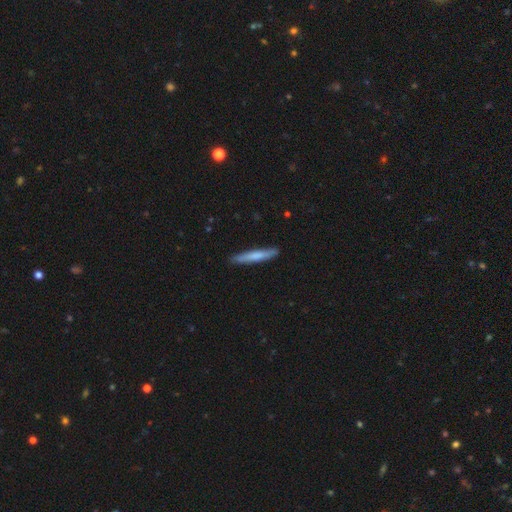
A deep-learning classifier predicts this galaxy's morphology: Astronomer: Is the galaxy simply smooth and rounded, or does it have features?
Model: smooth — 68%.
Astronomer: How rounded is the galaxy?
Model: cigar-shaped — 95%.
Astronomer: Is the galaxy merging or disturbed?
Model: none — 88%.